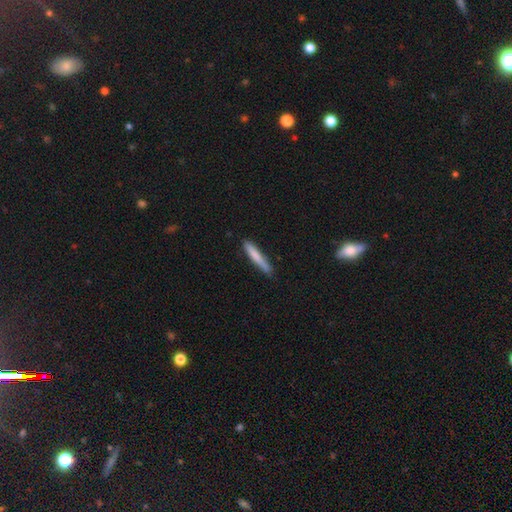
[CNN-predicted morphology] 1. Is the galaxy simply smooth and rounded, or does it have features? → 75% smooth, 20% featured or disk, 6% star or artifact.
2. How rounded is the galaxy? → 95% cigar-shaped, 4% in between, 1% round.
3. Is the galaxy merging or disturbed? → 81% none, 15% minor disturbance, 2% major disturbance, 2% merger.